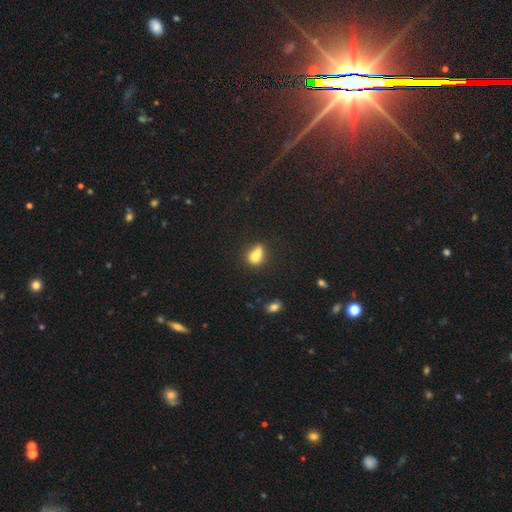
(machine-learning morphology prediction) The model was most divided on "how rounded": round: 54%, in between: 44%, cigar-shaped: 3%. More confident: smooth or featured — smooth (71%); merging — merger (59%).